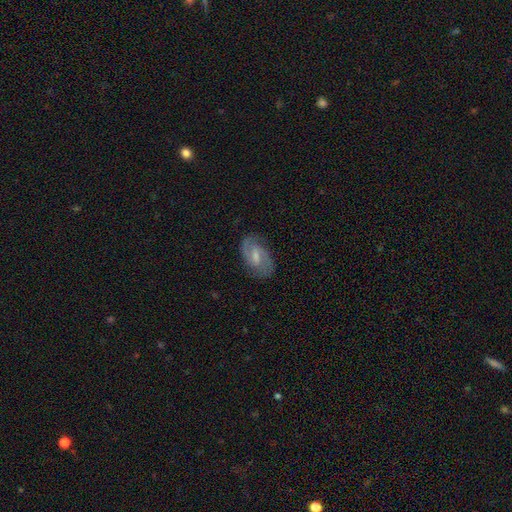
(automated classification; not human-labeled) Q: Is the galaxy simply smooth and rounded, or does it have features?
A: featured or disk — 79%.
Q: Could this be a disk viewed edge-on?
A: no — 97%.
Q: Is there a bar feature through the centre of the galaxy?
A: weak — 60%.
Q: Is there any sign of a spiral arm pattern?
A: yes — 94%.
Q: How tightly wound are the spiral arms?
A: medium — 51%.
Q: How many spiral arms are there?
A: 2 — 86%.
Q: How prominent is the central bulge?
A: small — 43%.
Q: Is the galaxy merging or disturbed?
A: none — 79%.